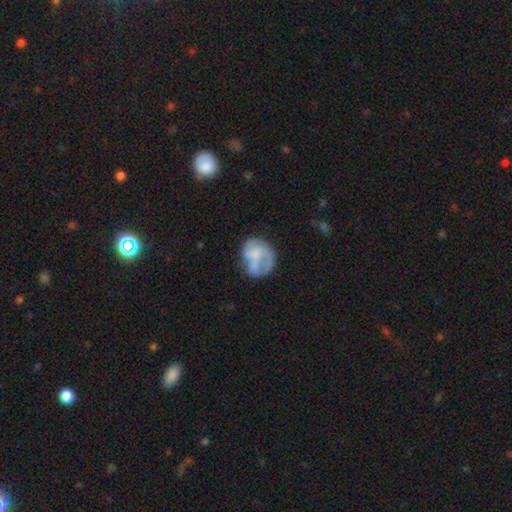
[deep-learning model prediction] Q: Smooth or featured?
A: smooth (53%); runner-up: featured or disk (39%)
Q: How rounded?
A: round (69%); runner-up: in between (30%)
Q: Merging?
A: none (43%); runner-up: major disturbance (25%)